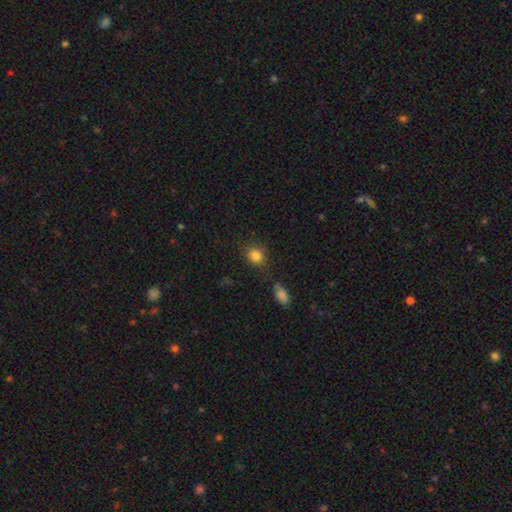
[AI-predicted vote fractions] smooth_or_featured: smooth (p=0.83) [alt: star or artifact p=0.11]
how_rounded: round (p=0.68) [alt: in between p=0.31]
merging: none (p=0.73) [alt: minor disturbance p=0.15]